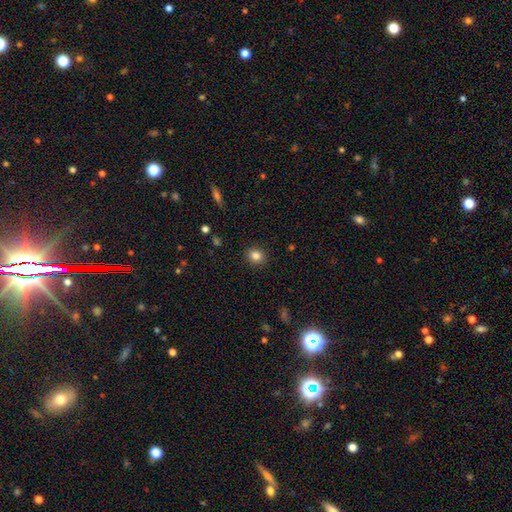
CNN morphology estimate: smooth-or-featured: smooth: 83% | star or artifact: 11% | featured or disk: 6%
  how-rounded: round: 77% | in between: 22% | cigar-shaped: 1%
  merging: none: 90% | minor disturbance: 7% | major disturbance: 2% | merger: 1%